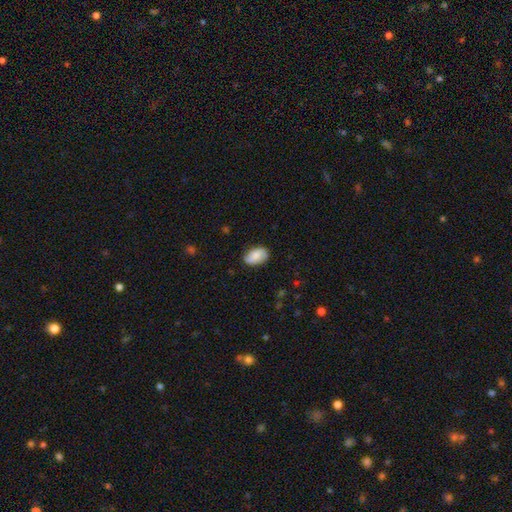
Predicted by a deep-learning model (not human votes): Smooth or featured: smooth — 67% (featured or disk — 26%)
How rounded: in between — 90% (round — 9%)
Merging: none — 76% (minor disturbance — 19%)